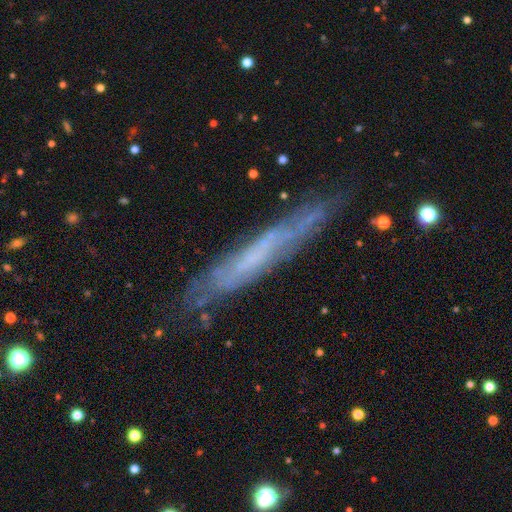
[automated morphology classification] Smooth or featured?
  - featured or disk: 61% *
  - smooth: 30%
  - star or artifact: 9%
Edge-on disk?
  - yes: 74% *
  - no: 26%
Merging?
  - none: 76% *
  - minor disturbance: 18%
  - major disturbance: 4%
  - merger: 2%